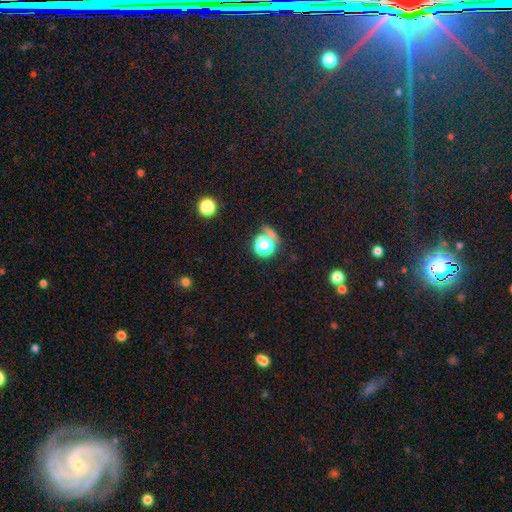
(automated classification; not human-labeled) Q: Smooth or featured?
A: star or artifact (48%); runner-up: smooth (43%)